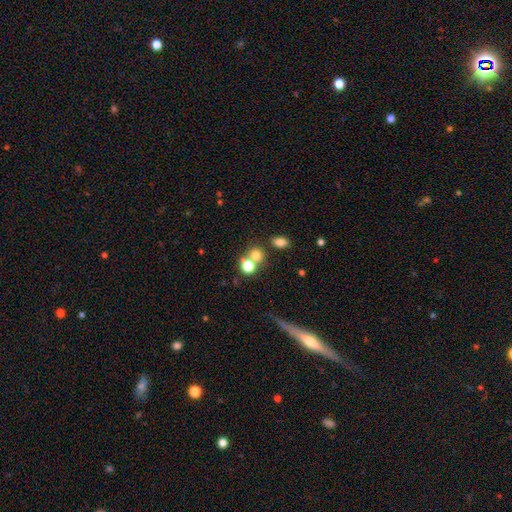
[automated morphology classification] Smooth or featured?
  - smooth: 73% *
  - star or artifact: 17%
  - featured or disk: 10%
How rounded?
  - round: 76% *
  - in between: 23%
  - cigar-shaped: 1%
Merging?
  - none: 49% *
  - merger: 39%
  - minor disturbance: 8%
  - major disturbance: 4%